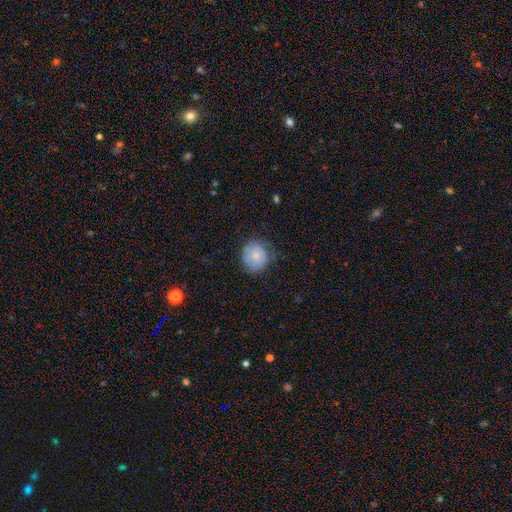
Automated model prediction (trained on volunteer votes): This appears to be a smooth galaxy with no disk features (65%) that is round (83%). Merging: none (61%).